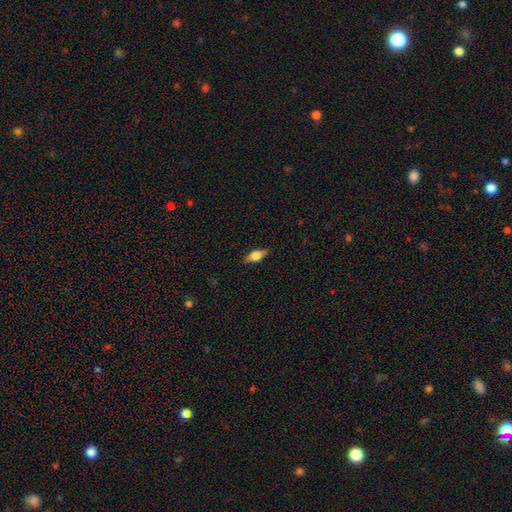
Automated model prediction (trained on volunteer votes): smooth-or-featured: smooth: 52% | featured or disk: 40% | star or artifact: 7%
  how-rounded: in between: 70% | cigar-shaped: 25% | round: 5%
  merging: none: 86% | minor disturbance: 11% | major disturbance: 2% | merger: 1%